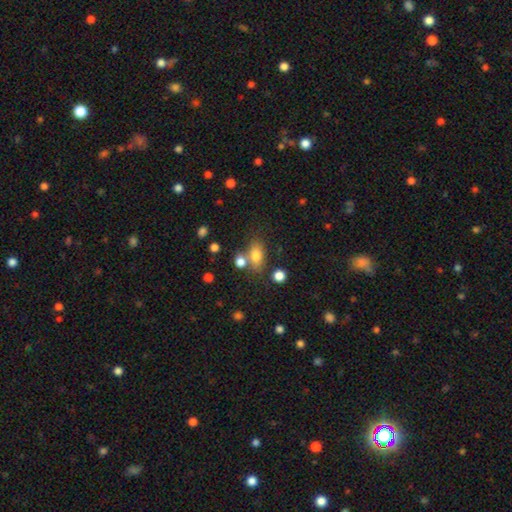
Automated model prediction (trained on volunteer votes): Morphology: type=smooth (77%); roundness=in between (79%); merging=none (58%).